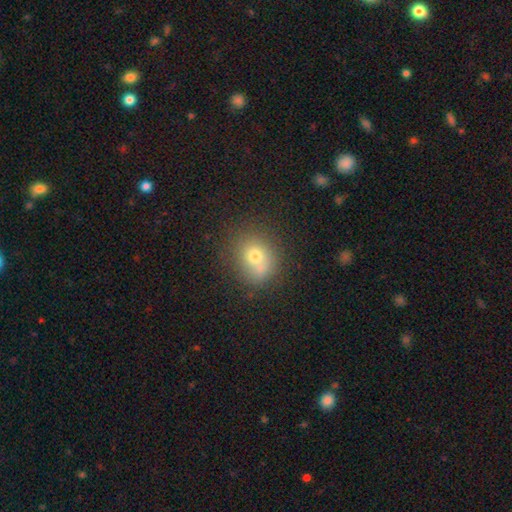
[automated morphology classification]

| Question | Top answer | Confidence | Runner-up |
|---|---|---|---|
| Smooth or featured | smooth | 70% | featured or disk (16%) |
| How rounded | round | 70% | in between (29%) |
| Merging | none | 54% | merger (23%) |